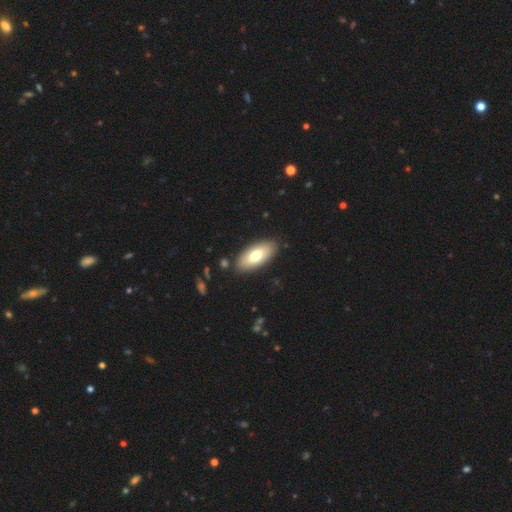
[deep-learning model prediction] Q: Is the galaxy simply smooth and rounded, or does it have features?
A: smooth — 72%.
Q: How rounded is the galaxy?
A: in between — 88%.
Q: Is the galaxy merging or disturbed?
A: none — 88%.